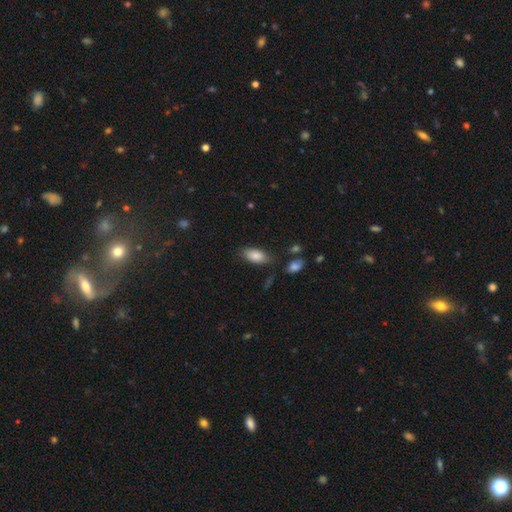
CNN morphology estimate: The model was most divided on "merging": none: 76%, minor disturbance: 16%, major disturbance: 4%, merger: 4%. More confident: how rounded — in between (91%); smooth or featured — smooth (85%).